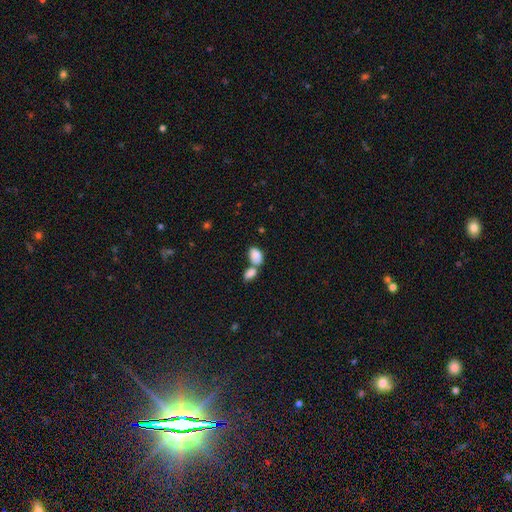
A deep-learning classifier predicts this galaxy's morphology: Overall: smooth (85%). How rounded: in between (91%). Merging: merger (56%; none 29%).